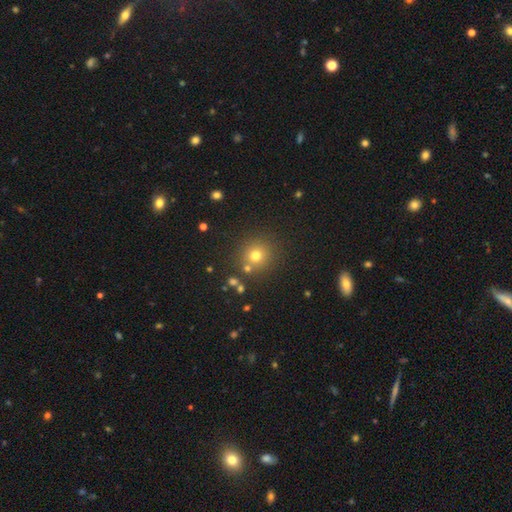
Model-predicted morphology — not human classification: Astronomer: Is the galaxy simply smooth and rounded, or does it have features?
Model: smooth — 73%.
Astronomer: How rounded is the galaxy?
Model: round — 92%.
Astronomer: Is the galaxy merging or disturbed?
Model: none — 80%.